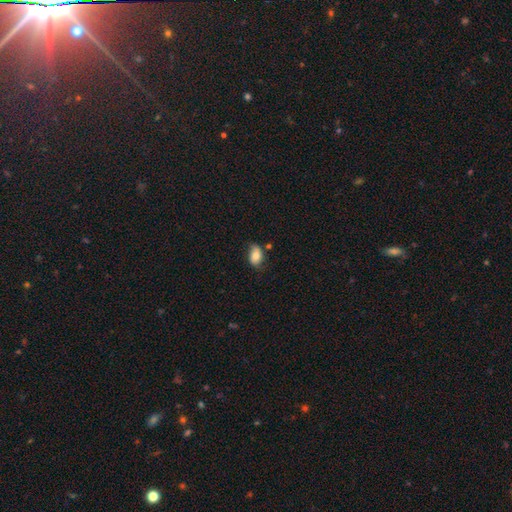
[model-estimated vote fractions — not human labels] Smooth or featured?
  - smooth: 75% *
  - featured or disk: 17%
  - star or artifact: 8%
How rounded?
  - in between: 87% *
  - round: 11%
  - cigar-shaped: 2%
Merging?
  - none: 61% *
  - minor disturbance: 28%
  - major disturbance: 6%
  - merger: 4%